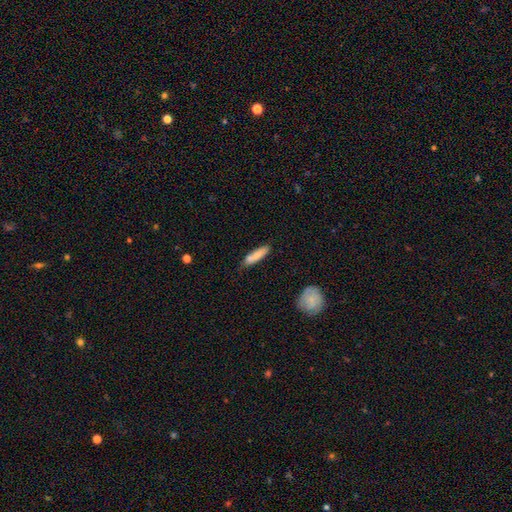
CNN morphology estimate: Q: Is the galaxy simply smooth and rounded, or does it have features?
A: smooth — 78%.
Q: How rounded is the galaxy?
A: cigar-shaped — 76%.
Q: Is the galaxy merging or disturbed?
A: none — 68%.